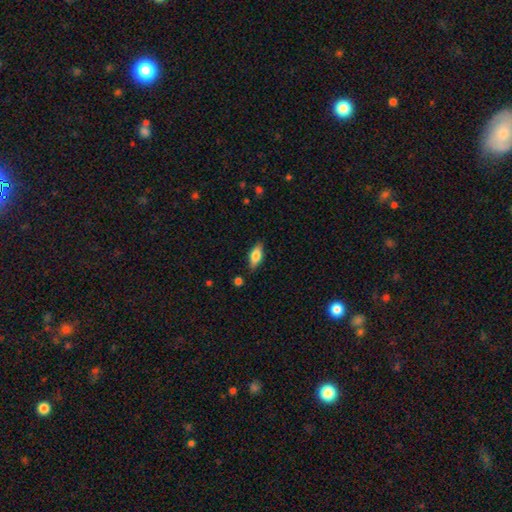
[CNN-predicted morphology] Smooth or featured?
  - smooth: 68% *
  - featured or disk: 25%
  - star or artifact: 7%
How rounded?
  - in between: 79% *
  - cigar-shaped: 18%
  - round: 3%
Merging?
  - none: 83% *
  - minor disturbance: 13%
  - major disturbance: 3%
  - merger: 2%